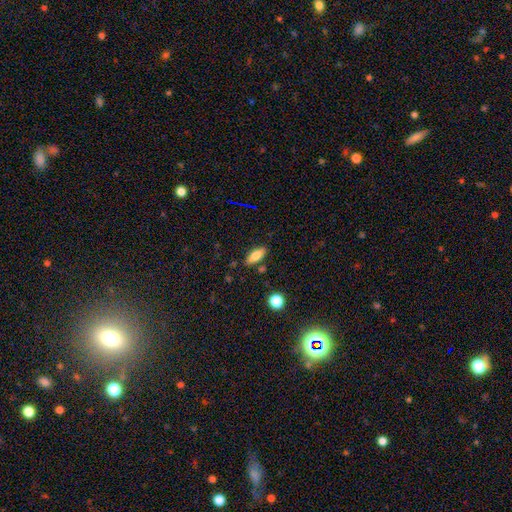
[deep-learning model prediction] Morphology: type=smooth (76%); roundness=in between (72%); merging=none (83%).